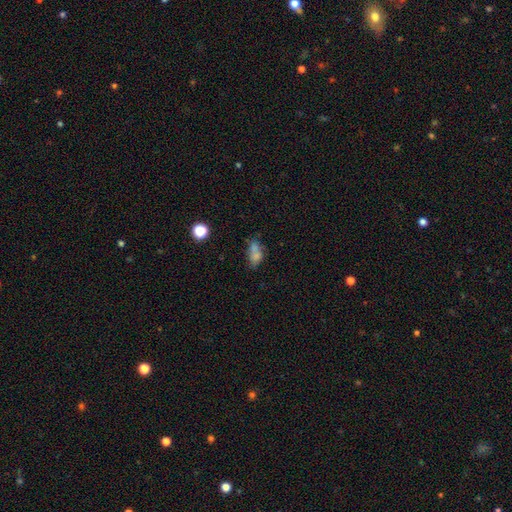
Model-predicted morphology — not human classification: smooth-or-featured: smooth: 64% | featured or disk: 21% | star or artifact: 15%
  how-rounded: in between: 76% | round: 16% | cigar-shaped: 8%
  merging: none: 38% | merger: 33% | minor disturbance: 18% | major disturbance: 11%